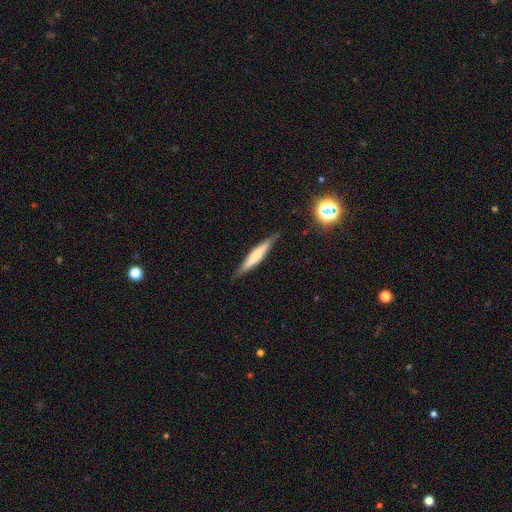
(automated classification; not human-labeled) Smooth or featured?
  - smooth: 48% *
  - featured or disk: 46%
  - star or artifact: 7%
Merging?
  - none: 85% *
  - minor disturbance: 11%
  - major disturbance: 2%
  - merger: 1%